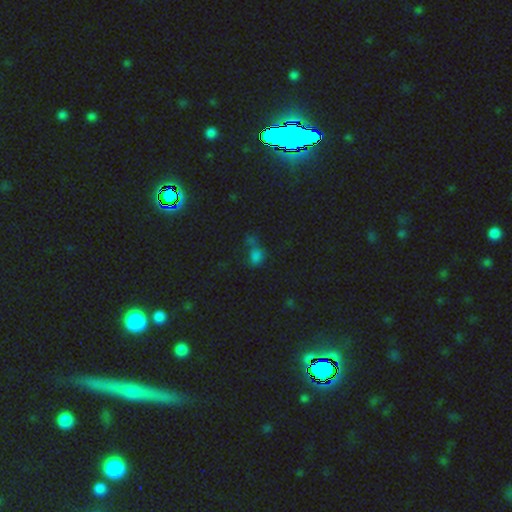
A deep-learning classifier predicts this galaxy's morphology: smooth_or_featured: smooth (p=0.55) [alt: star or artifact p=0.36]
how_rounded: in between (p=0.54) [alt: round p=0.43]
merging: none (p=0.35) [alt: merger p=0.33]